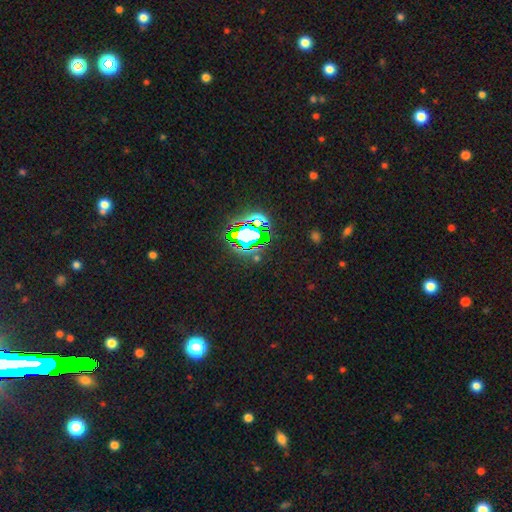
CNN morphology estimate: smooth-or-featured: star or artifact: 76% | smooth: 16% | featured or disk: 9%